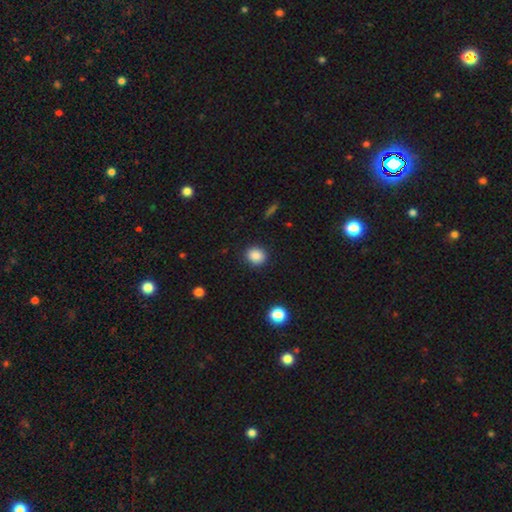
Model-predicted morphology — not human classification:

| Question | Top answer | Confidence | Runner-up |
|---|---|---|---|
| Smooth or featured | smooth | 87% | star or artifact (9%) |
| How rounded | round | 75% | in between (24%) |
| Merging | none | 90% | minor disturbance (7%) |